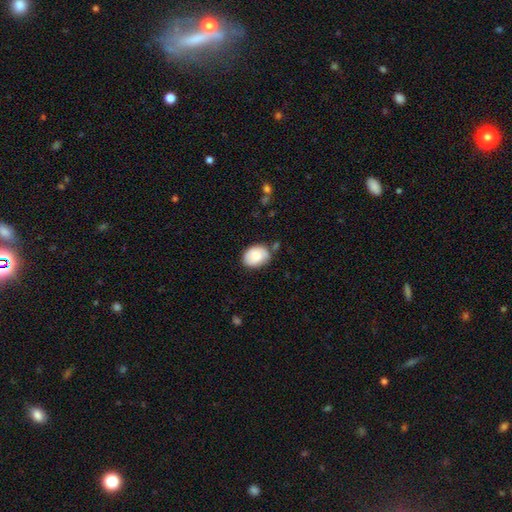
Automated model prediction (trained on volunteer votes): Q: Smooth or featured?
A: smooth (78%); runner-up: featured or disk (15%)
Q: How rounded?
A: in between (70%); runner-up: round (29%)
Q: Merging?
A: none (64%); runner-up: minor disturbance (26%)